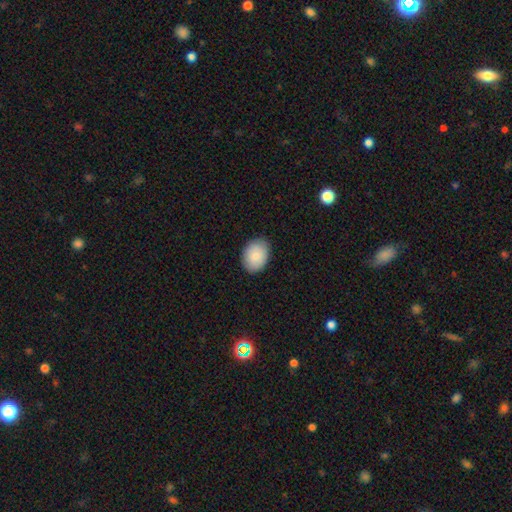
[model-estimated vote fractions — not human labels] Morphology: type=smooth (88%); roundness=in between (78%); merging=none (86%).